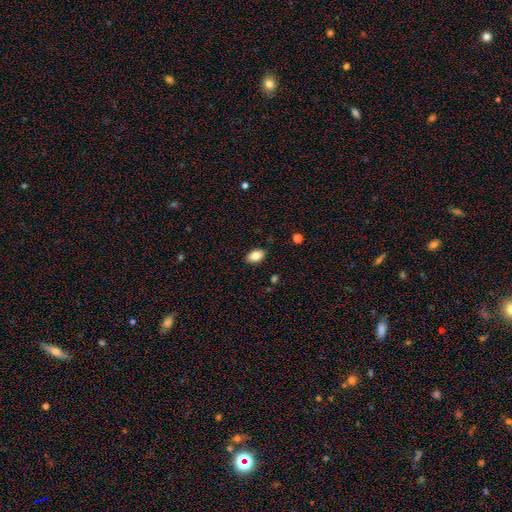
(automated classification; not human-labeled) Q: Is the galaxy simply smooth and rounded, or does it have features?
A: smooth — 83%.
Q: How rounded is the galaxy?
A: in between — 89%.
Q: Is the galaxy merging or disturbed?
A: none — 87%.